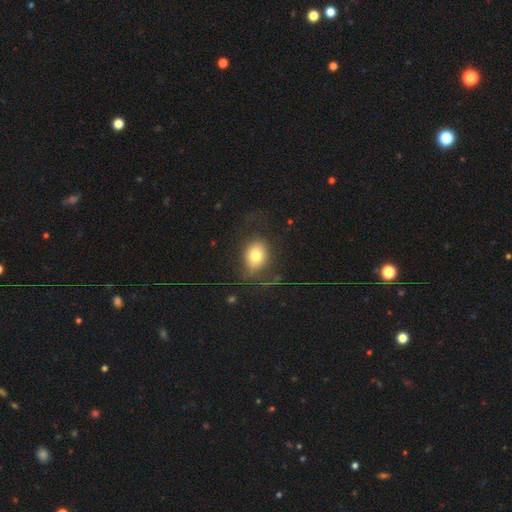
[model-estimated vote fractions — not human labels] smooth_or_featured: smooth (p=0.73) [alt: featured or disk p=0.17]
how_rounded: in between (p=0.59) [alt: round p=0.40]
merging: none (p=0.60) [alt: minor disturbance p=0.19]